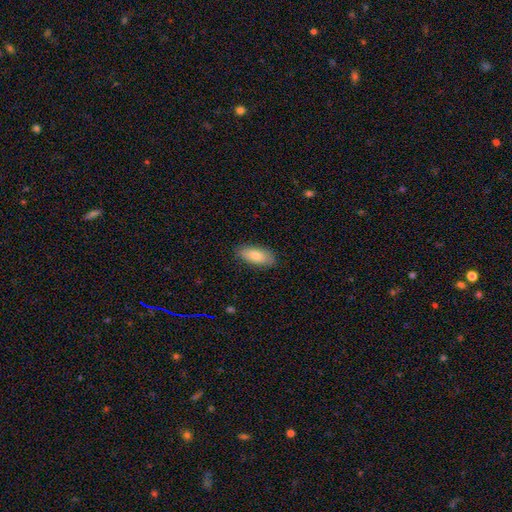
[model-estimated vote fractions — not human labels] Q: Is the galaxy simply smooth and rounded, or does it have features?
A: smooth — 80%.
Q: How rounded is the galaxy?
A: in between — 87%.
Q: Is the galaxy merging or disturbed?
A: none — 85%.